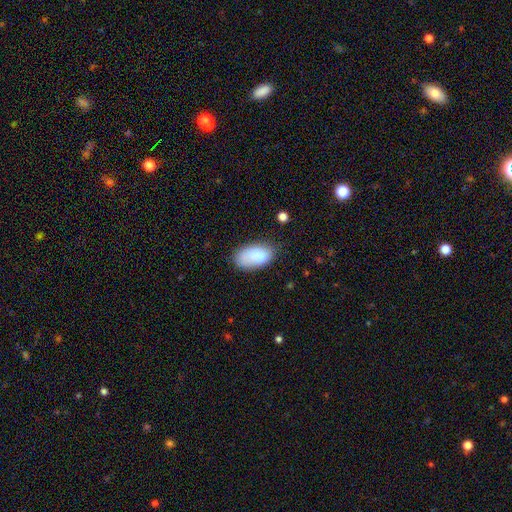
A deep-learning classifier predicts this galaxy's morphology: A smooth galaxy with no disk features (86%) that is in between round and cigar-shaped (95%). Merging: none (72%).